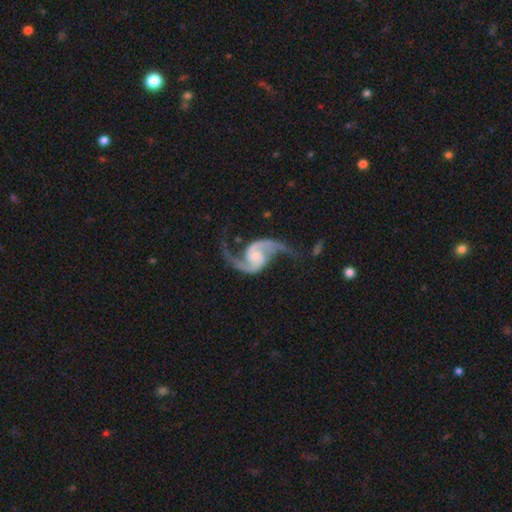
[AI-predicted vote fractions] smooth-or-featured: featured or disk: 94% | star or artifact: 3% | smooth: 3%
  disk-edge-on: no: 98% | yes: 2%
    bar: no: 59% | weak: 33% | strong: 9%
    has-spiral-arms: yes: 98% | no: 2%
      spiral-winding: loose: 65% | medium: 29% | tight: 6%
      spiral-arm-count: 2: 95% | 1: 1% | can't tell: 1% | 3: 1% | 4: 1% | more than 4: 1%
    bulge-size: small: 53% | moderate: 31% | none: 10% | large: 5% | dominant: 2%
  merging: none: 72% | minor disturbance: 15% | major disturbance: 11% | merger: 3%